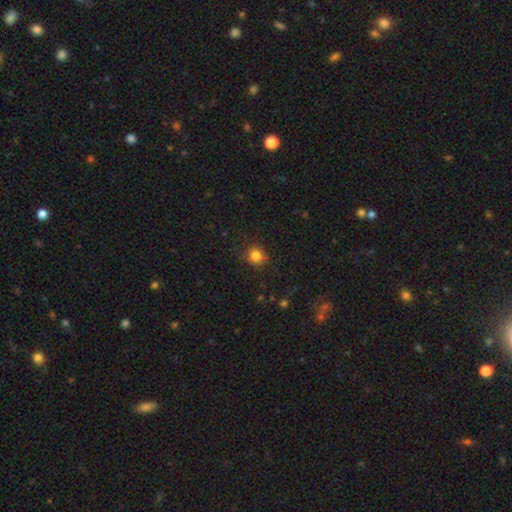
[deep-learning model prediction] A smooth galaxy with no disk features (83%) that is round (85%).

Vote fractions:
- Smooth or featured? smooth: 83% / star or artifact: 13% / featured or disk: 5%
- How rounded? round: 85% / in between: 14% / cigar-shaped: 1%
- Merging? none: 83% / minor disturbance: 12% / major disturbance: 3% / merger: 1%